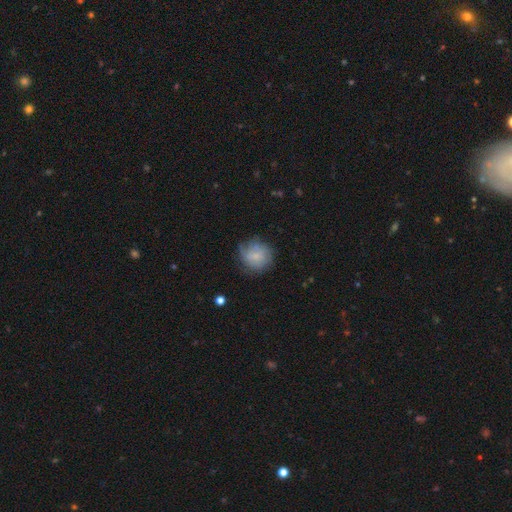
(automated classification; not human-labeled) smooth 57%, featured or disk 34%, star or artifact 9%. Down the decision tree: how rounded — round (86%); merging — none (61%).